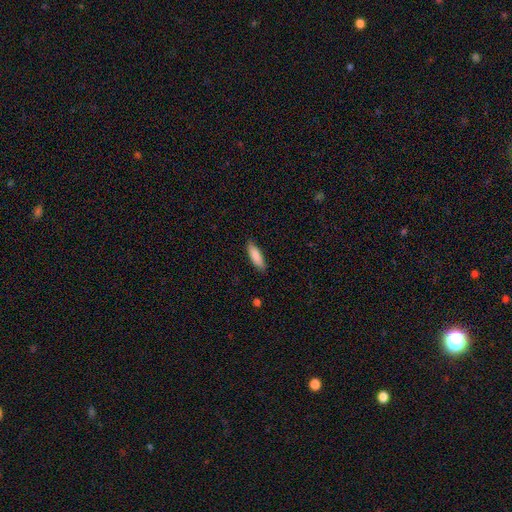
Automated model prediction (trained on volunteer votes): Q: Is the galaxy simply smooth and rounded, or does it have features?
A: smooth — 87%.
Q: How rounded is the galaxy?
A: cigar-shaped — 52%.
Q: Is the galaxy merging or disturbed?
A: none — 85%.